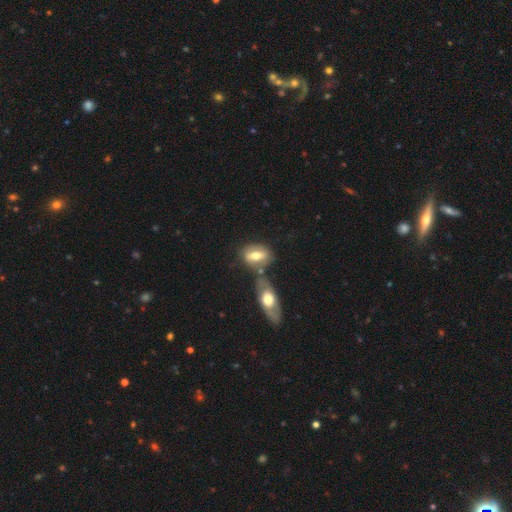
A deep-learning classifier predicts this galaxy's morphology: smooth-or-featured: smooth: 53% | featured or disk: 40% | star or artifact: 7%
  how-rounded: in between: 82% | round: 11% | cigar-shaped: 7%
  merging: none: 52% | merger: 28% | minor disturbance: 14% | major disturbance: 5%